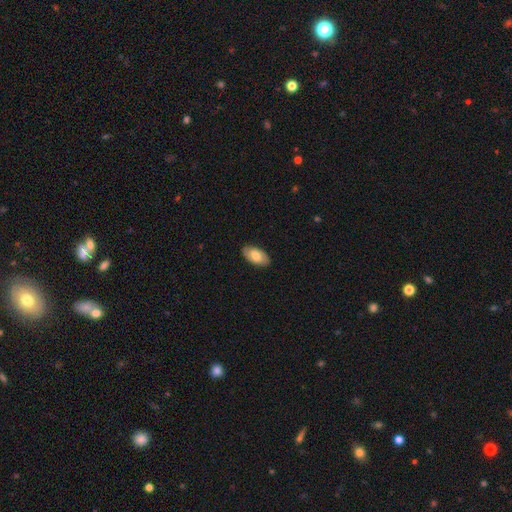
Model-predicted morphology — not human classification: Q: Smooth or featured?
A: smooth (71%); runner-up: featured or disk (23%)
Q: How rounded?
A: in between (95%); runner-up: round (3%)
Q: Merging?
A: none (86%); runner-up: minor disturbance (11%)